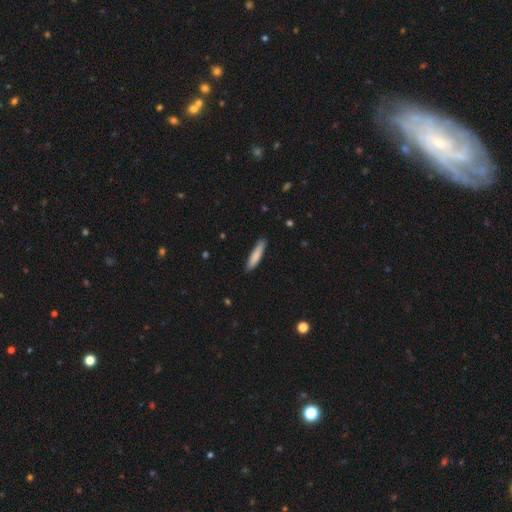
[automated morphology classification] type=smooth (83%); roundness=cigar-shaped (85%); merging=none (87%).